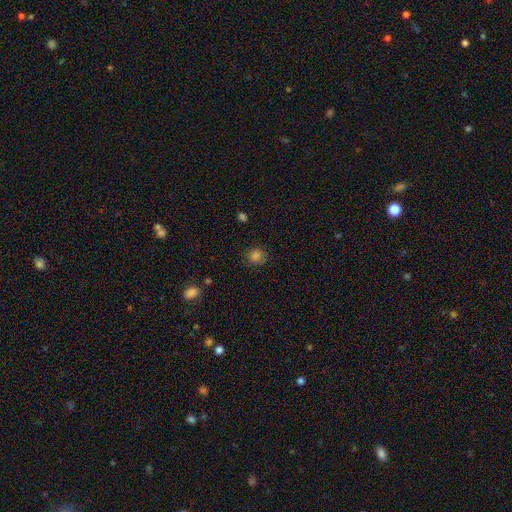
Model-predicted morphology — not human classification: smooth 83%, star or artifact 13%, featured or disk 4%. Down the decision tree: how rounded — round (82%); merging — none (83%).